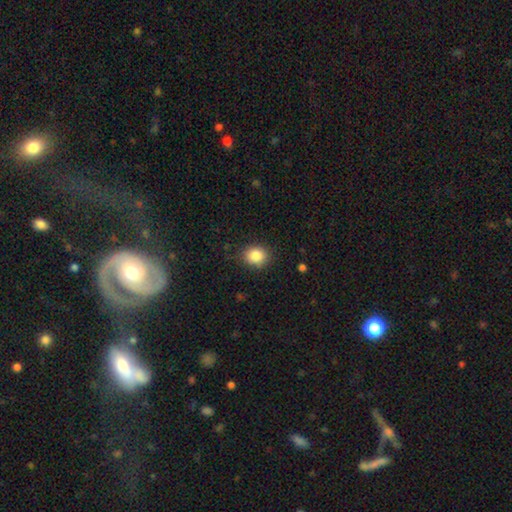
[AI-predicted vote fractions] smooth_or_featured: smooth (p=0.86) [alt: star or artifact p=0.09]
how_rounded: round (p=0.67) [alt: in between p=0.32]
merging: none (p=0.83) [alt: minor disturbance p=0.12]